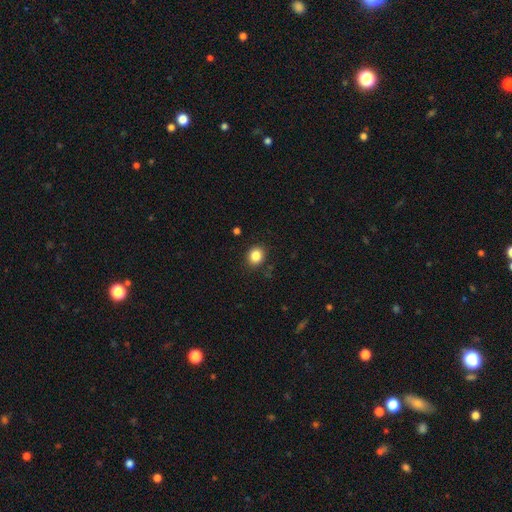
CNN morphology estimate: Smooth or featured?
  - smooth: 85% *
  - star or artifact: 10%
  - featured or disk: 5%
How rounded?
  - round: 73% *
  - in between: 26%
  - cigar-shaped: 1%
Merging?
  - none: 88% *
  - minor disturbance: 9%
  - major disturbance: 2%
  - merger: 1%